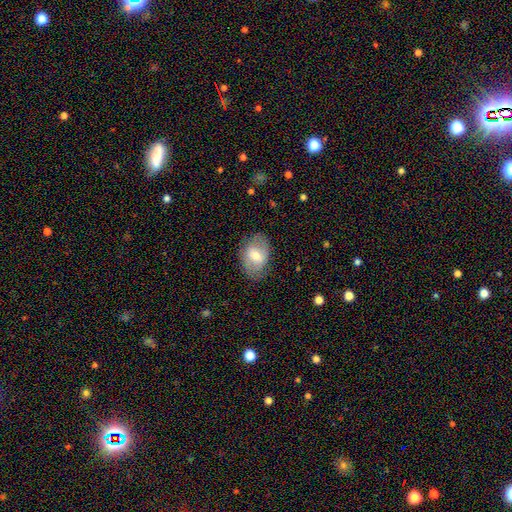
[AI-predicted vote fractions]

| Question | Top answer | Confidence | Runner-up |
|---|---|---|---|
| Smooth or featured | smooth | 49% | featured or disk (44%) |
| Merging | none | 79% | minor disturbance (15%) |